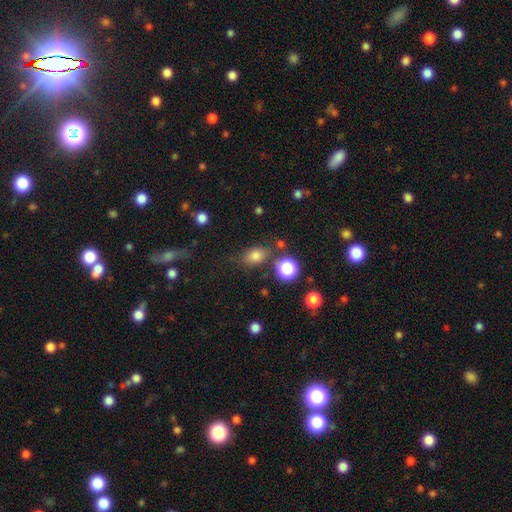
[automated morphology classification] Overall: smooth (78%). How rounded: in between (70%). Merging: none (74%).